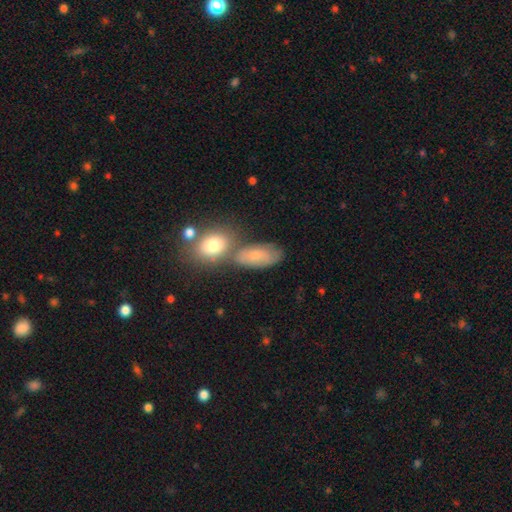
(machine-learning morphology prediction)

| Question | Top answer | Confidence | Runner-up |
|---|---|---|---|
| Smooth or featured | smooth | 68% | featured or disk (23%) |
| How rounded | in between | 85% | round (9%) |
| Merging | none | 48% | merger (27%) |